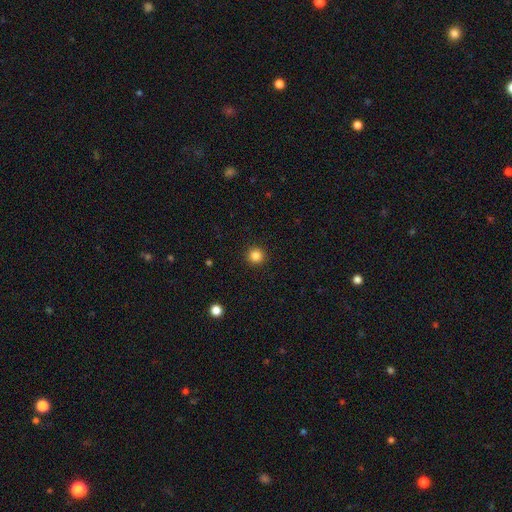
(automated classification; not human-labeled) The model was most divided on "smooth or featured": smooth: 85%, star or artifact: 11%, featured or disk: 4%. More confident: how rounded — round (96%); merging — none (93%).